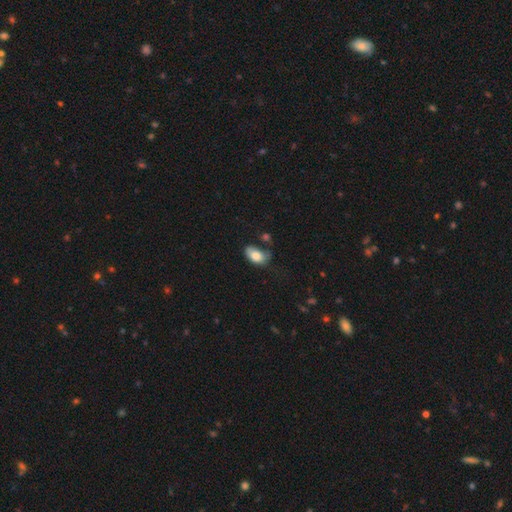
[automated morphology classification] smooth_or_featured: smooth (p=0.79) [alt: featured or disk p=0.13]
how_rounded: in between (p=0.91) [alt: round p=0.07]
merging: none (p=0.39) [alt: minor disturbance p=0.33]